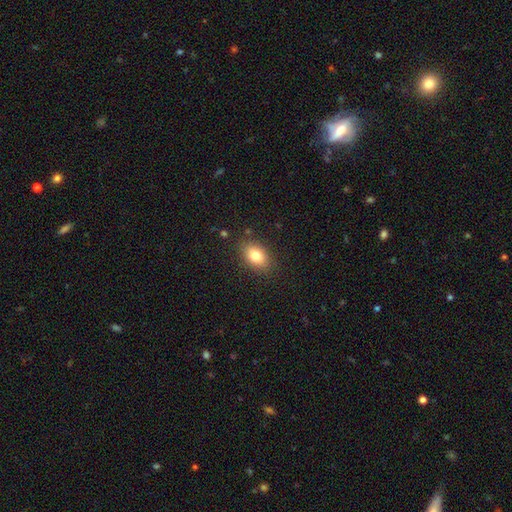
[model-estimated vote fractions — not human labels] A smooth galaxy with no disk features (81%) that is in between round and cigar-shaped (83%). Merging: none (85%).